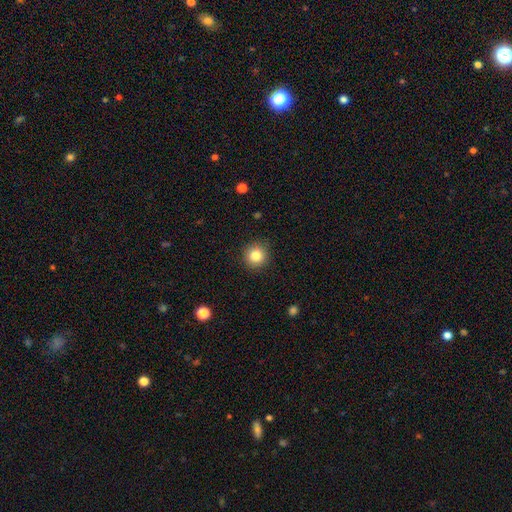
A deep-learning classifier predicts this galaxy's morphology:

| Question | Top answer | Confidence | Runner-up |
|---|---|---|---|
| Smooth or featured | smooth | 83% | star or artifact (11%) |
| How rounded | round | 94% | in between (5%) |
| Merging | none | 91% | minor disturbance (6%) |